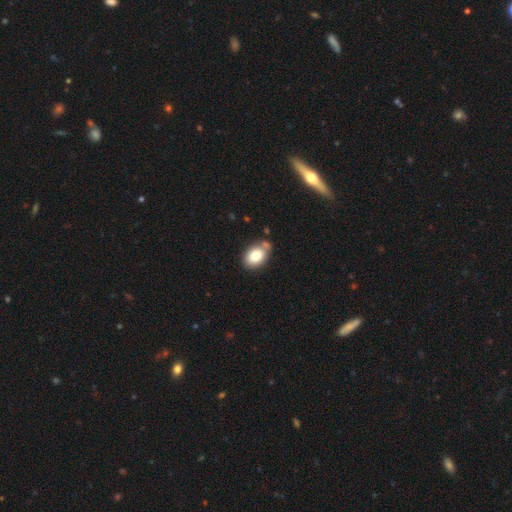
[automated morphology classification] Q: Smooth or featured?
A: smooth (82%); runner-up: featured or disk (10%)
Q: How rounded?
A: in between (76%); runner-up: round (23%)
Q: Merging?
A: none (62%); runner-up: minor disturbance (18%)